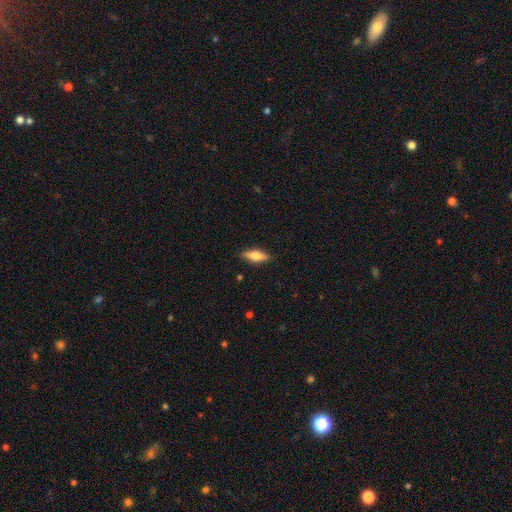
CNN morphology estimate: Smooth or featured? smooth (57%)
How rounded? in between (52%)
Merging? none (88%)